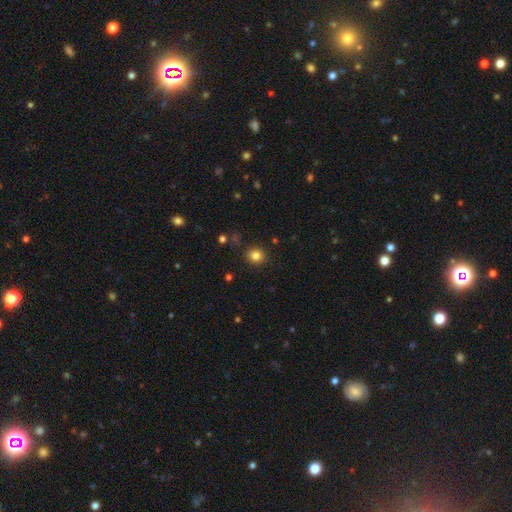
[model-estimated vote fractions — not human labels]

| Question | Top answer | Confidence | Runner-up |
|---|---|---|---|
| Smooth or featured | smooth | 82% | star or artifact (13%) |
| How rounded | round | 87% | in between (12%) |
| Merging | none | 89% | minor disturbance (7%) |